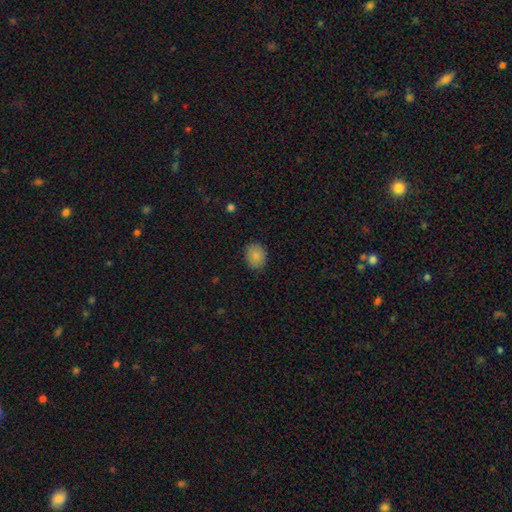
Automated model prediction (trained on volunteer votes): The model was most divided on "how rounded": round: 56%, in between: 43%, cigar-shaped: 1%. More confident: merging — none (87%); smooth or featured — smooth (85%).